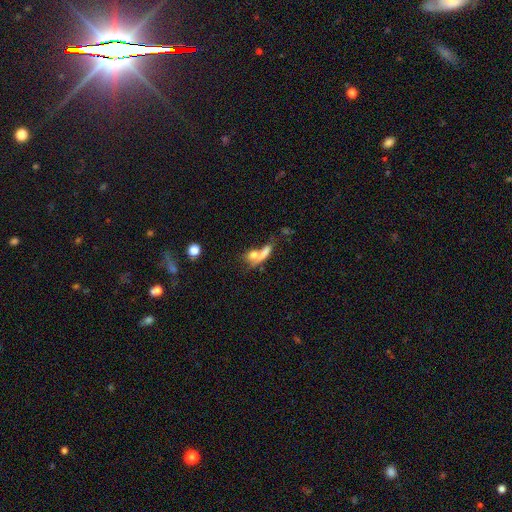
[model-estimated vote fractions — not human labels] smooth_or_featured: smooth (p=0.66) [alt: featured or disk p=0.23]
how_rounded: in between (p=0.46) [alt: cigar-shaped p=0.30]
merging: merger (p=0.49) [alt: none p=0.30]